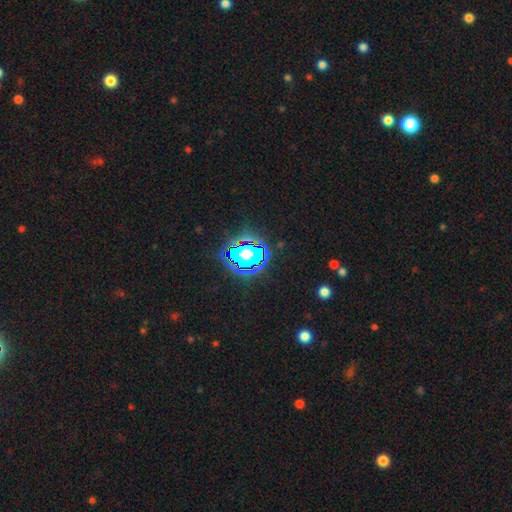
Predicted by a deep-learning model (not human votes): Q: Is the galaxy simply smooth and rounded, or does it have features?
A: star or artifact — 80%.